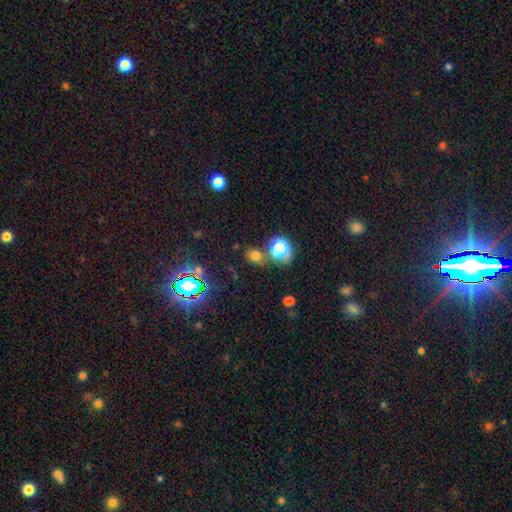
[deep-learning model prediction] This is likely a smooth galaxy (66%). How rounded: possibly round (55%). Merging: likely none (65%).